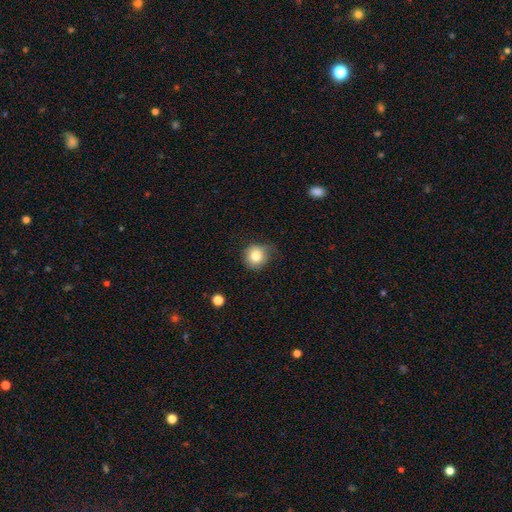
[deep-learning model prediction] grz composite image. It shows a smooth galaxy with no disk features (80%) that is round (89%). Merging: none (59%).